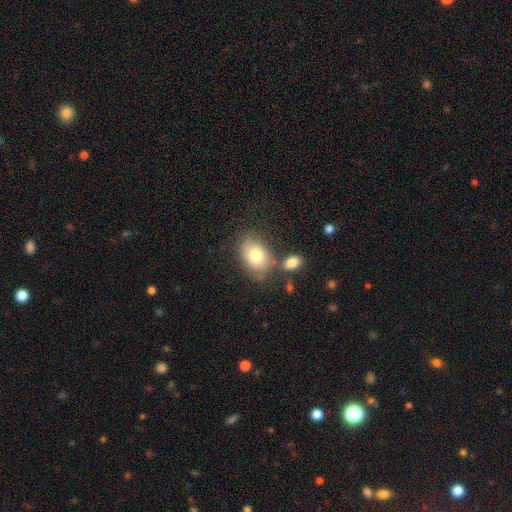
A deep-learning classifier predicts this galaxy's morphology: This is likely a smooth galaxy (78%). How rounded: likely in between (73%). Merging: likely none (63%).